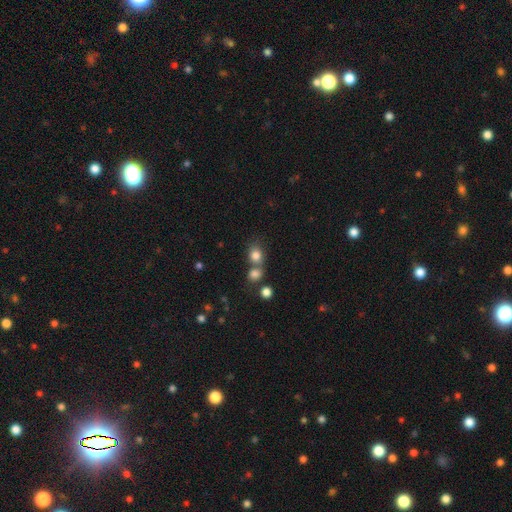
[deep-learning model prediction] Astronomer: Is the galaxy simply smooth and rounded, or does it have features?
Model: smooth — 81%.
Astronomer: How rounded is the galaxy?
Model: round — 60% (runner-up: in between, 39%).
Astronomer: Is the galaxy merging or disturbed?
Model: none — 49% (runner-up: merger, 36%).